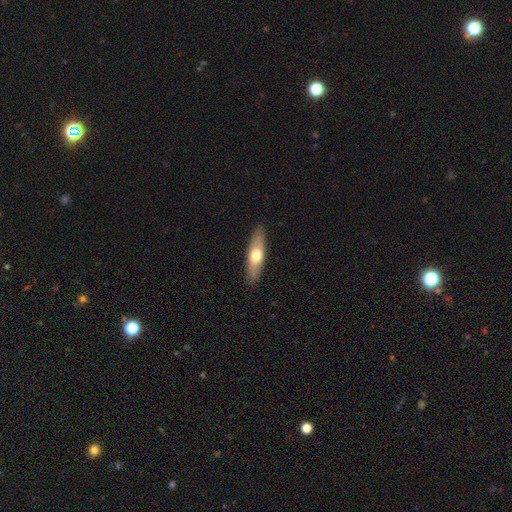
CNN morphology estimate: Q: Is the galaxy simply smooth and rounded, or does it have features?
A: smooth — 55%.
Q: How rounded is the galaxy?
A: cigar-shaped — 63%.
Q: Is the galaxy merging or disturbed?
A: none — 89%.